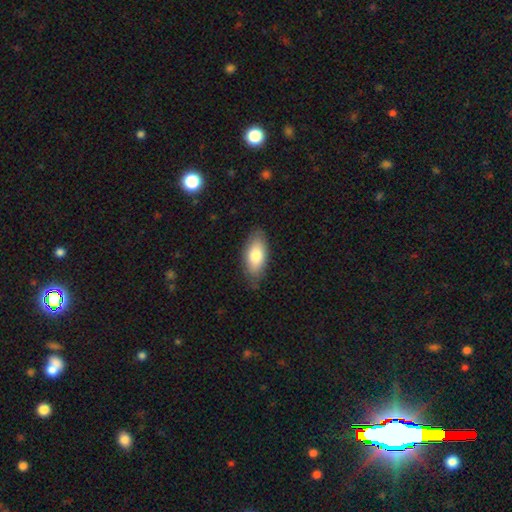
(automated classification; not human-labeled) A smooth galaxy with no disk features (77%) that is in between round and cigar-shaped (89%). Merging: none (81%).